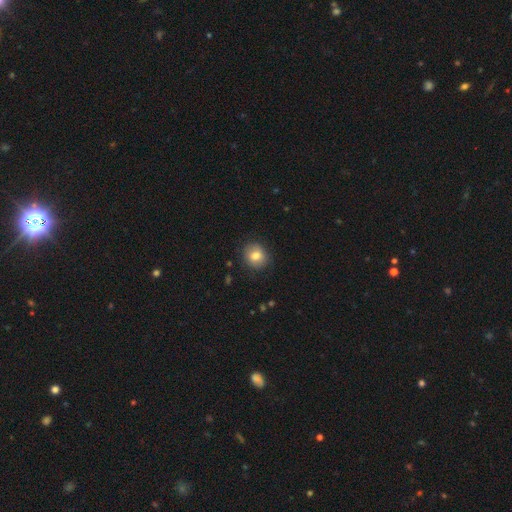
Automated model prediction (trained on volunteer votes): smooth_or_featured: smooth (p=0.80) [alt: featured or disk p=0.11]
how_rounded: round (p=0.80) [alt: in between p=0.19]
merging: none (p=0.87) [alt: minor disturbance p=0.10]